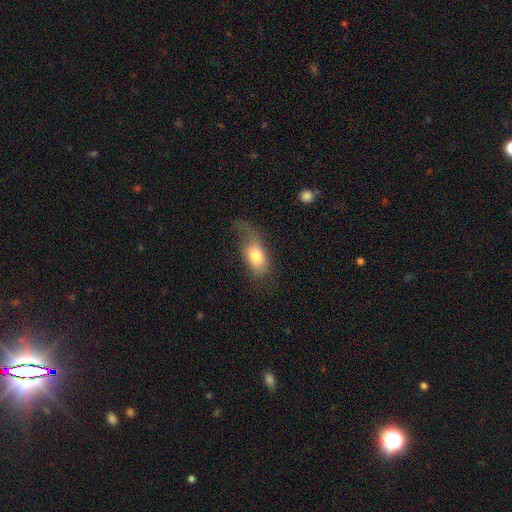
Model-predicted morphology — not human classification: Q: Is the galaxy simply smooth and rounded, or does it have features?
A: smooth — 72%.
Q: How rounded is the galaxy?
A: in between — 87%.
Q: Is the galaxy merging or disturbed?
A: major disturbance — 42%.